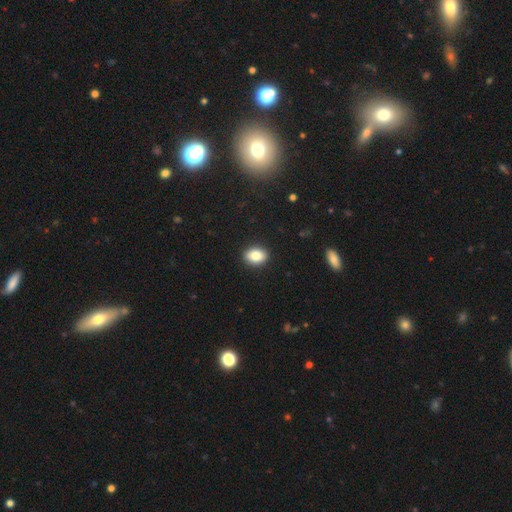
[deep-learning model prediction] Smooth or featured: smooth — 86% (star or artifact — 8%)
How rounded: in between — 74% (round — 25%)
Merging: none — 90% (minor disturbance — 7%)